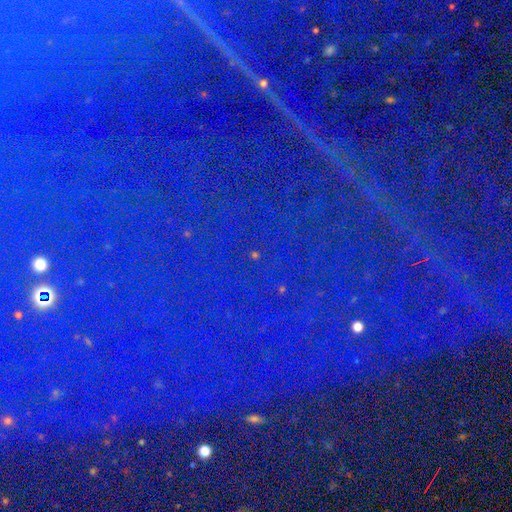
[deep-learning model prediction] Smooth or featured? Predicted: star or artifact (p=0.84).